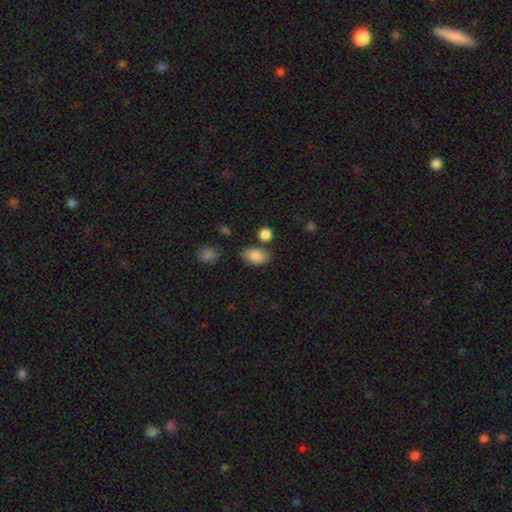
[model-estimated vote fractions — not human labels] Smooth or featured?
  - smooth: 84% *
  - star or artifact: 8%
  - featured or disk: 8%
How rounded?
  - in between: 88% *
  - round: 10%
  - cigar-shaped: 2%
Merging?
  - none: 69% *
  - minor disturbance: 18%
  - merger: 8%
  - major disturbance: 5%